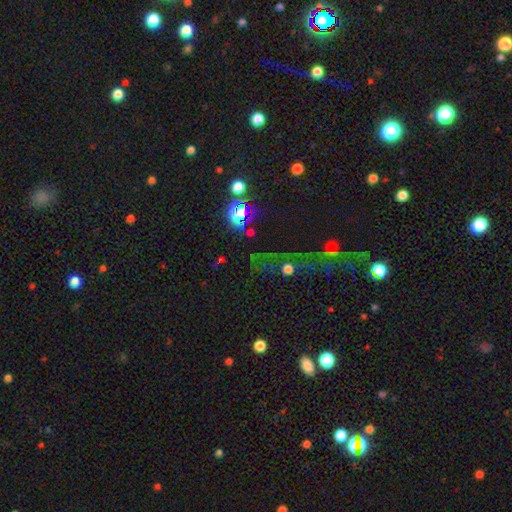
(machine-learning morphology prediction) A star or artifact, not a galaxy (64%).

Vote fractions:
- Smooth or featured? star or artifact: 64% / smooth: 25% / featured or disk: 11%